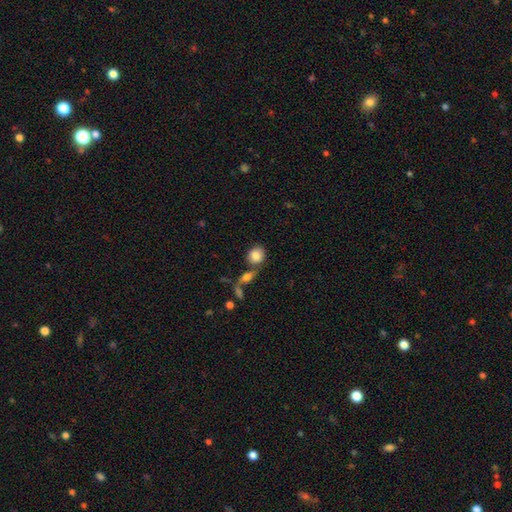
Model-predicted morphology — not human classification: Smooth or featured? Predicted: smooth (p=0.83). How rounded? Predicted: round (p=0.64). Merging? Predicted: none (p=0.50).